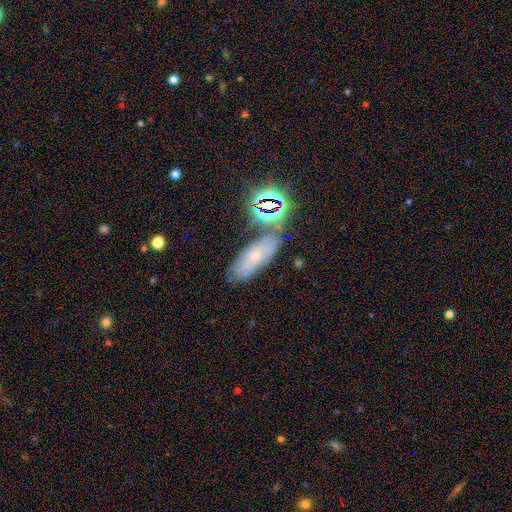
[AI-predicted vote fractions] A smooth galaxy with no disk features (36%).

Vote fractions:
- Smooth or featured? smooth: 36% / featured or disk: 33% / star or artifact: 31%
- Merging? none: 71% / minor disturbance: 16% / merger: 7% / major disturbance: 5%